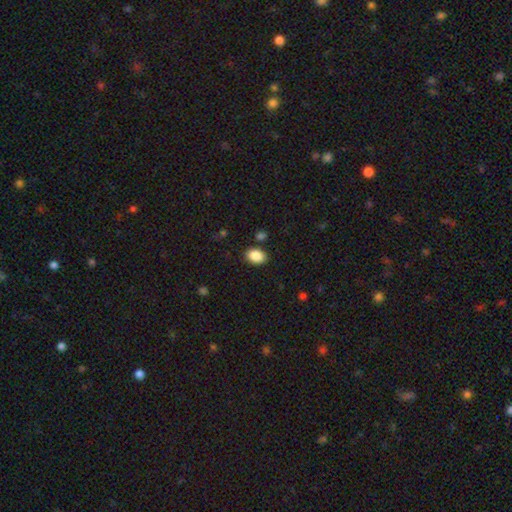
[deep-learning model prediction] Smooth or featured? Predicted: smooth (p=0.89). How rounded? Predicted: in between (p=0.79). Merging? Predicted: none (p=0.85).